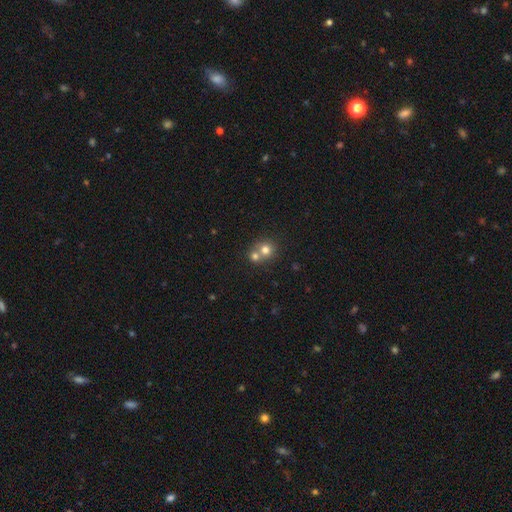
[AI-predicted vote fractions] smooth-or-featured: smooth: 64% | star or artifact: 21% | featured or disk: 14%
  how-rounded: round: 87% | in between: 12% | cigar-shaped: 1%
  merging: none: 48% | merger: 44% | minor disturbance: 5% | major disturbance: 2%